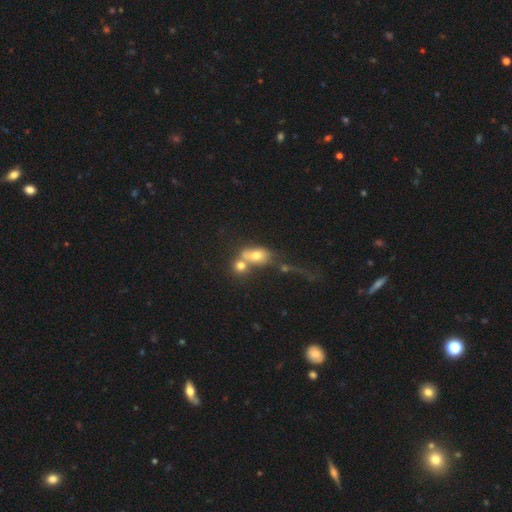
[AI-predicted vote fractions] Smooth or featured? smooth (63%)
How rounded? in between (64%)
Merging? merger (58%)